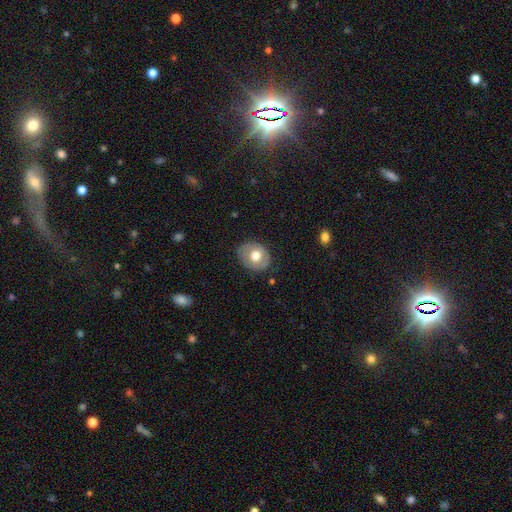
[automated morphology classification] smooth_or_featured: smooth (p=0.58) [alt: featured or disk p=0.35]
how_rounded: round (p=0.57) [alt: in between p=0.43]
merging: none (p=0.81) [alt: minor disturbance p=0.14]